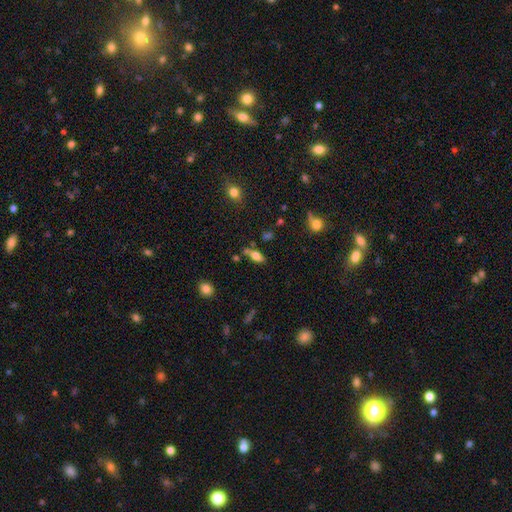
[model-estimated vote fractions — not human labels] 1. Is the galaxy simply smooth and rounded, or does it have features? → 72% smooth, 18% featured or disk, 10% star or artifact.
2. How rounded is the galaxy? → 81% in between, 14% cigar-shaped, 5% round.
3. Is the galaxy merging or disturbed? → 61% none, 18% merger, 16% minor disturbance, 5% major disturbance.